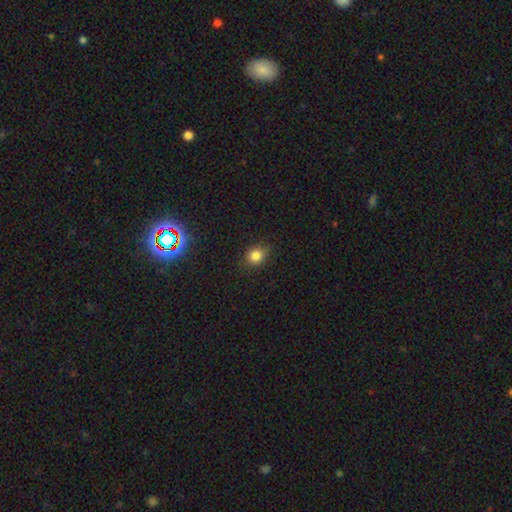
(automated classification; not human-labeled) The model was most divided on "how rounded": round: 65%, in between: 34%, cigar-shaped: 1%. More confident: merging — none (85%); smooth or featured — smooth (82%).